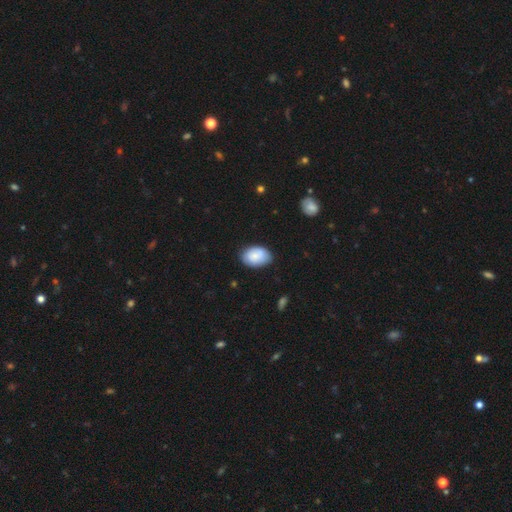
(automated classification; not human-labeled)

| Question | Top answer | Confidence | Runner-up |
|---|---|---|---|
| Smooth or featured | smooth | 83% | featured or disk (11%) |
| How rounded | in between | 88% | round (11%) |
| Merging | none | 77% | minor disturbance (18%) |